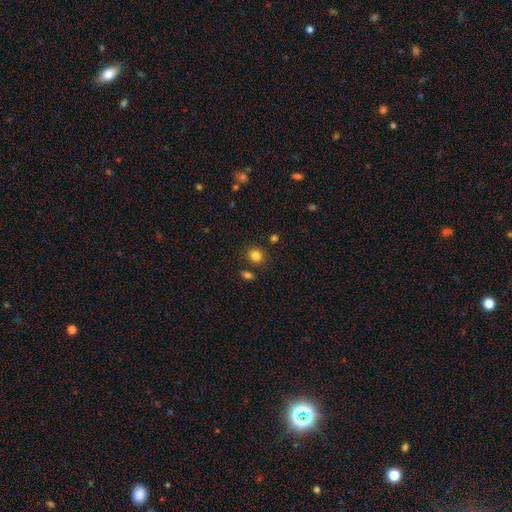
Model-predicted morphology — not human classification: smooth 83%, star or artifact 12%, featured or disk 5%. Down the decision tree: how rounded — round (77%); merging — none (81%).